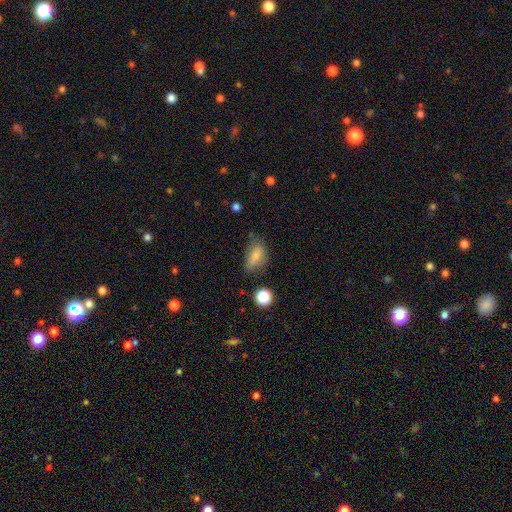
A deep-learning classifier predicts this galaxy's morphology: smooth 78%, featured or disk 12%, star or artifact 10%. Down the decision tree: how rounded — in between (85%); merging — none (52%).